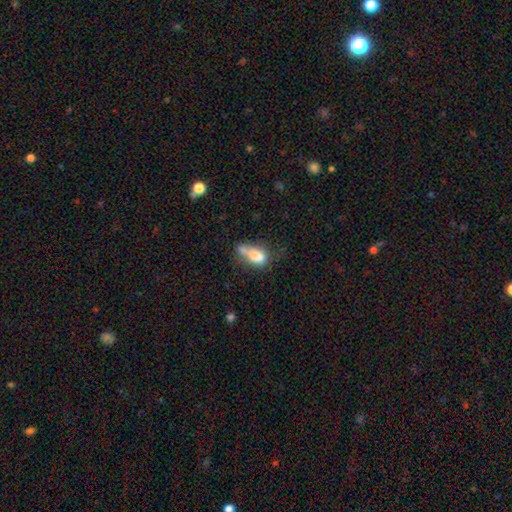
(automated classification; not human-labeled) Smooth or featured? Predicted: smooth (p=0.67). How rounded? Predicted: in between (p=0.79). Merging? Predicted: merger (p=0.41).